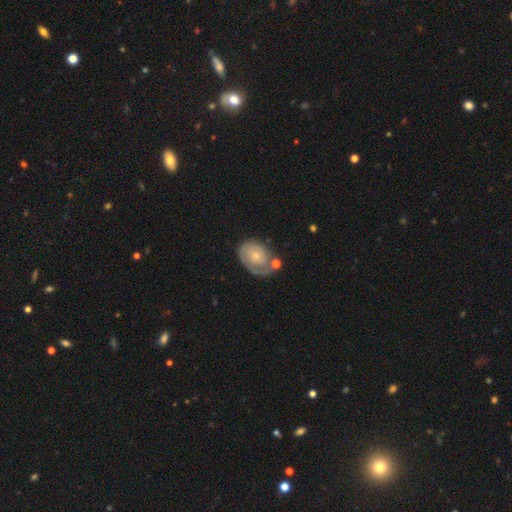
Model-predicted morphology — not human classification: Smooth or featured: featured or disk — 54% (smooth — 40%)
Edge-on disk: no — 96% (yes — 4%)
Bar: no — 84% (weak — 14%)
Spiral arms: yes — 66% (no — 34%)
Bulge size: small — 67% (moderate — 27%)
Merging: none — 47% (minor disturbance — 27%)